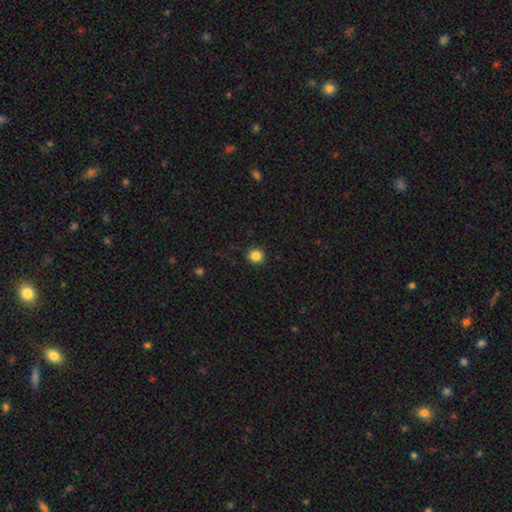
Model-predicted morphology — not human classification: smooth 85%, star or artifact 11%, featured or disk 4%. Down the decision tree: how rounded — round (93%); merging — none (92%).